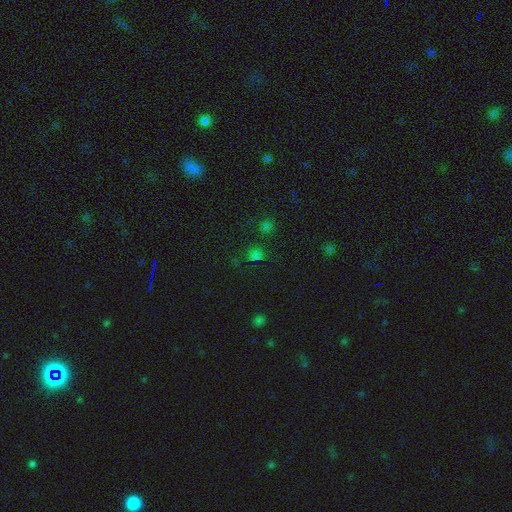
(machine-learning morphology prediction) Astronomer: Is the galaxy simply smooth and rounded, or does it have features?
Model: smooth — 55% (runner-up: star or artifact, 40%).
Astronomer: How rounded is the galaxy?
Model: round — 75%.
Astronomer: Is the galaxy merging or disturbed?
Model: none — 73%.